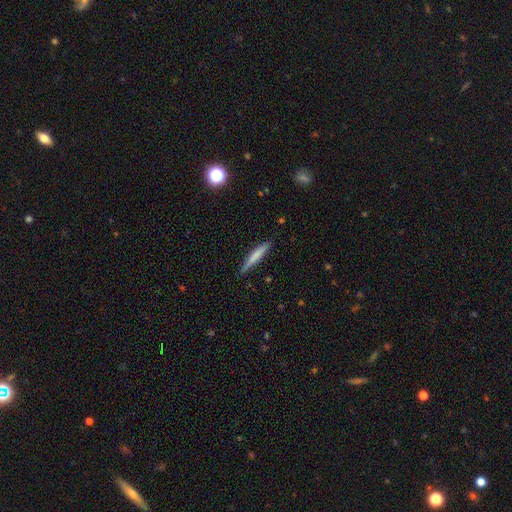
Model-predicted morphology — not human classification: Smooth or featured: smooth — 65% (featured or disk — 29%)
How rounded: cigar-shaped — 94% (in between — 5%)
Merging: none — 87% (minor disturbance — 10%)